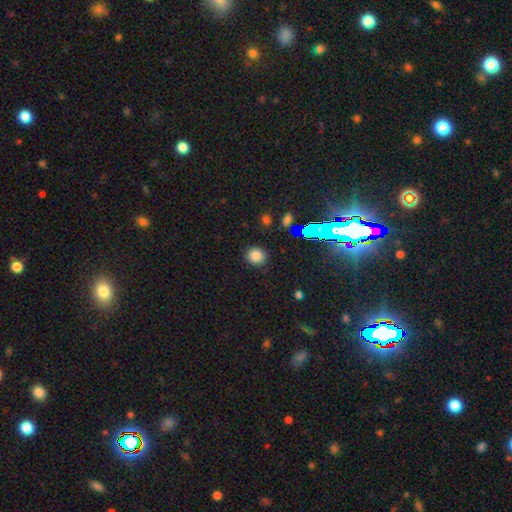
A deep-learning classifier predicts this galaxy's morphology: Smooth or featured: smooth — 78% (star or artifact — 16%)
How rounded: round — 85% (in between — 14%)
Merging: none — 88% (minor disturbance — 8%)